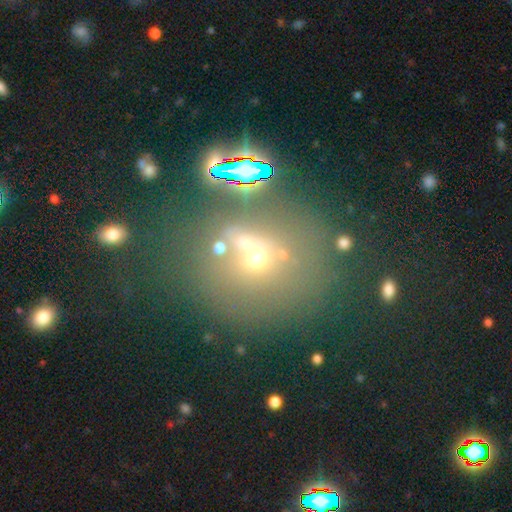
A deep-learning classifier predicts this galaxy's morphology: type=smooth (48%); merging=none (50%).